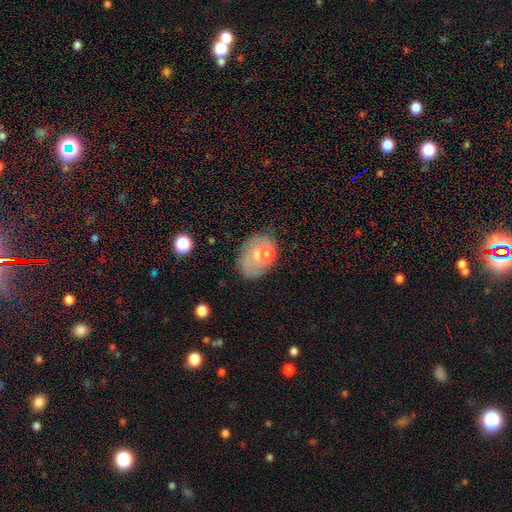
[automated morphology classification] Q: Smooth or featured?
A: smooth (45%); runner-up: featured or disk (44%)
Q: Merging?
A: none (54%); runner-up: minor disturbance (21%)